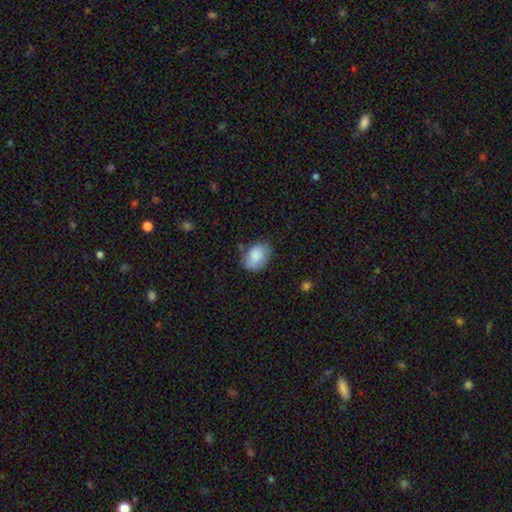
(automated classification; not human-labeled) A smooth galaxy with no disk features (79%) that is in between round and cigar-shaped (73%).

Vote fractions:
- Smooth or featured? smooth: 79% / featured or disk: 14% / star or artifact: 7%
- How rounded? in between: 73% / round: 26% / cigar-shaped: 1%
- Merging? none: 57% / minor disturbance: 31% / major disturbance: 9% / merger: 3%